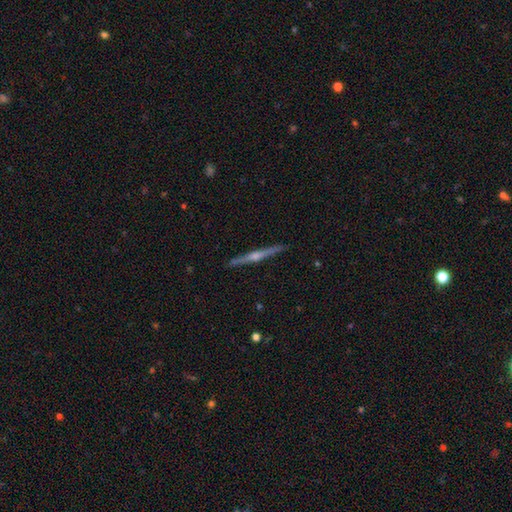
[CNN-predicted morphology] smooth-or-featured: featured or disk: 81% | smooth: 13% | star or artifact: 5%
  disk-edge-on: yes: 99% | no: 1%
    edge-on-bulge: rounded: 83% | none: 9% | boxy: 8%
  merging: none: 92% | minor disturbance: 6% | major disturbance: 1% | merger: 1%